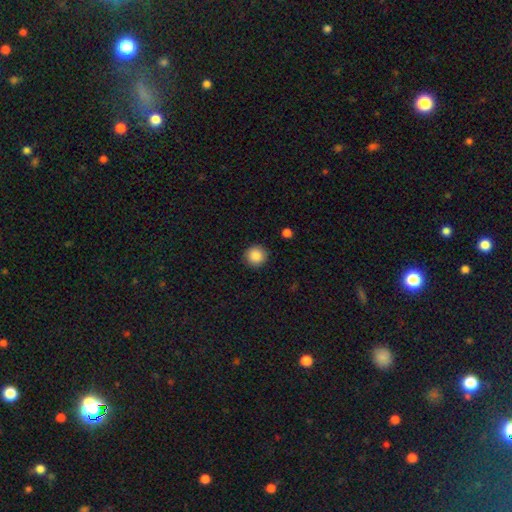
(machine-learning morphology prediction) Q: Smooth or featured?
A: smooth (88%); runner-up: star or artifact (9%)
Q: How rounded?
A: round (94%); runner-up: in between (5%)
Q: Merging?
A: none (90%); runner-up: minor disturbance (7%)